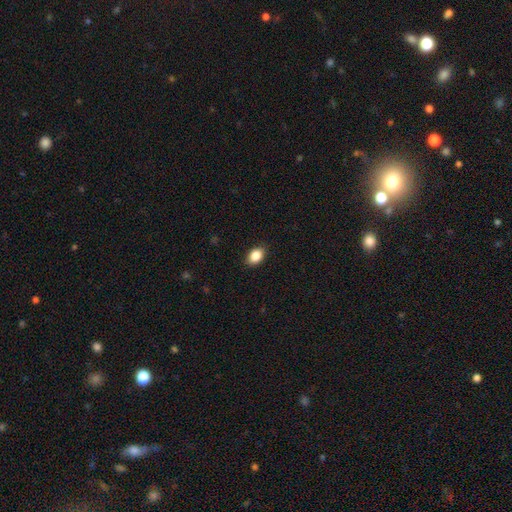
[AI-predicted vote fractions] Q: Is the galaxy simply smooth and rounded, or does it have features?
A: smooth — 86%.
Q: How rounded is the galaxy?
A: in between — 84%.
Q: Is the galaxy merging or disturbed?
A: none — 88%.